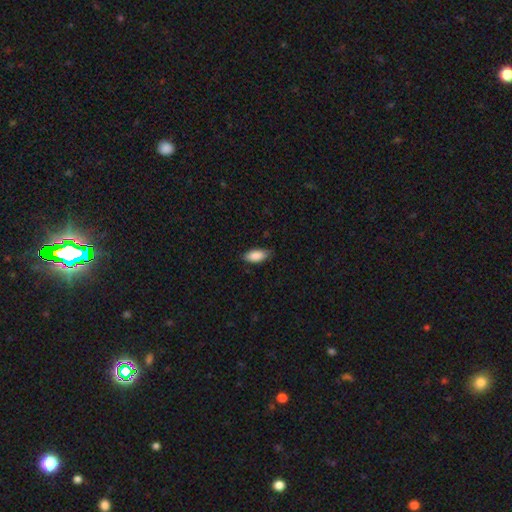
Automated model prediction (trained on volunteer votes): A smooth galaxy with no disk features (88%) that is in between round and cigar-shaped (89%).

Vote fractions:
- Smooth or featured? smooth: 88% / star or artifact: 6% / featured or disk: 6%
- How rounded? in between: 89% / cigar-shaped: 9% / round: 2%
- Merging? none: 82% / minor disturbance: 15% / major disturbance: 2% / merger: 1%